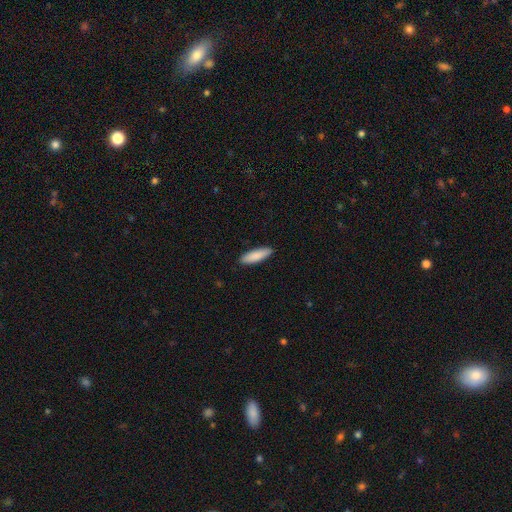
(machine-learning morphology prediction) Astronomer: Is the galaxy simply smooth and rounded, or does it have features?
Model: smooth — 88%.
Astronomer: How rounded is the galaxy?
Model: cigar-shaped — 56% (runner-up: in between, 42%).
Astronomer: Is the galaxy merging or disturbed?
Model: none — 90%.